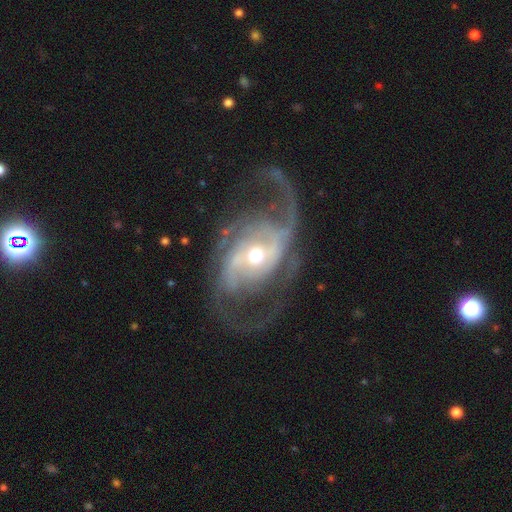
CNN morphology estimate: Q: Smooth or featured?
A: featured or disk (89%); runner-up: smooth (6%)
Q: Edge-on disk?
A: no (96%); runner-up: yes (4%)
Q: Bar?
A: no (44%); runner-up: weak (33%)
Q: Spiral arms?
A: yes (94%); runner-up: no (6%)
Q: Spiral winding?
A: medium (45%); runner-up: loose (32%)
Q: Spiral arm count?
A: 2 (66%); runner-up: 3 (11%)
Q: Bulge size?
A: moderate (56%); runner-up: small (38%)
Q: Merging?
A: none (55%); runner-up: major disturbance (26%)